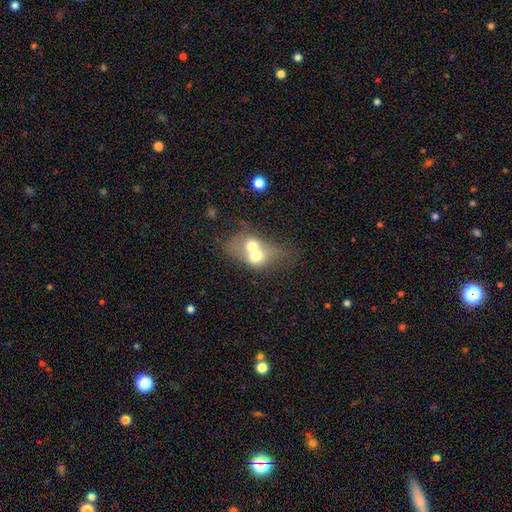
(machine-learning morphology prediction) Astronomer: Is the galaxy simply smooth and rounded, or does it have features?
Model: smooth — 59%.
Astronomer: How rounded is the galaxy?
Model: in between — 54% (runner-up: round, 44%).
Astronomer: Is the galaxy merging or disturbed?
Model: merger — 76%.